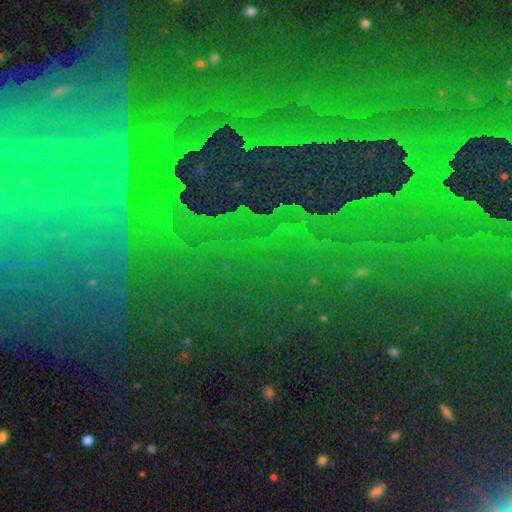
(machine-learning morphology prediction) Overall: star or artifact (84%).